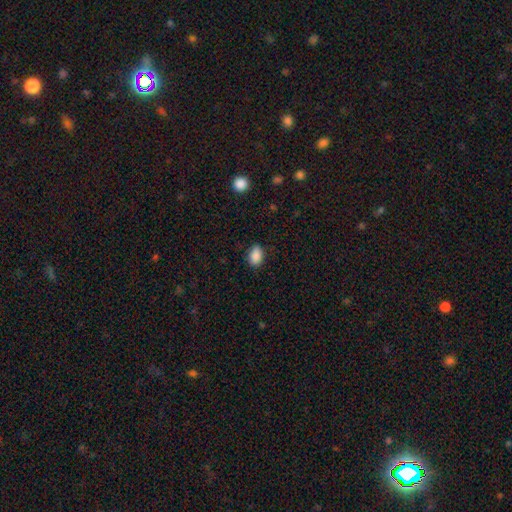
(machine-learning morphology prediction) Smooth or featured? Predicted: smooth (p=0.89). How rounded? Predicted: in between (p=0.84). Merging? Predicted: none (p=0.83).